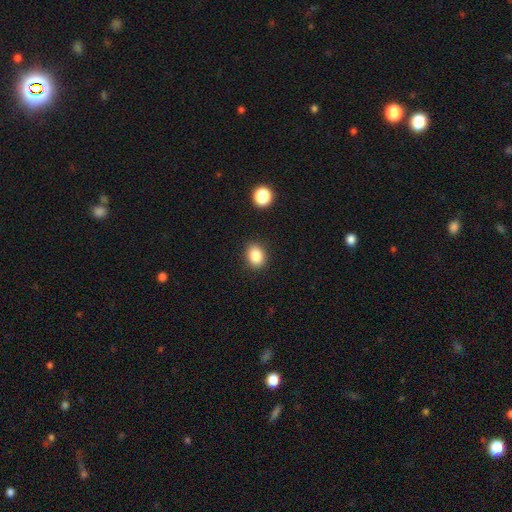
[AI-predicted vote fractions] smooth-or-featured: smooth: 85% | star or artifact: 10% | featured or disk: 5%
  how-rounded: in between: 55% | round: 44% | cigar-shaped: 1%
  merging: none: 88% | minor disturbance: 8% | major disturbance: 2% | merger: 2%